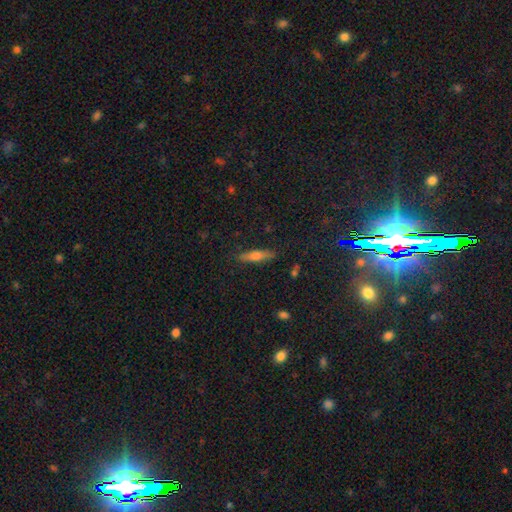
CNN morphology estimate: The model was most divided on "smooth or featured": smooth: 52%, featured or disk: 40%, star or artifact: 9%. More confident: merging — none (87%); how rounded — cigar-shaped (79%).